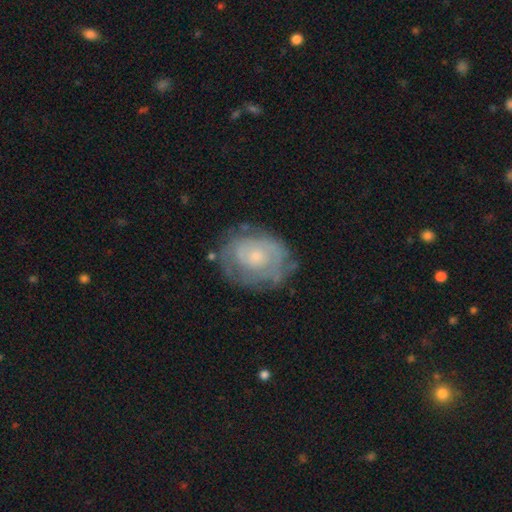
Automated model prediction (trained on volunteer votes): Q: Smooth or featured?
A: featured or disk (67%); runner-up: smooth (26%)
Q: Edge-on disk?
A: no (97%); runner-up: yes (3%)
Q: Bar?
A: no (81%); runner-up: weak (16%)
Q: Spiral arms?
A: yes (66%); runner-up: no (34%)
Q: Bulge size?
A: small (54%); runner-up: moderate (37%)
Q: Merging?
A: none (68%); runner-up: minor disturbance (21%)